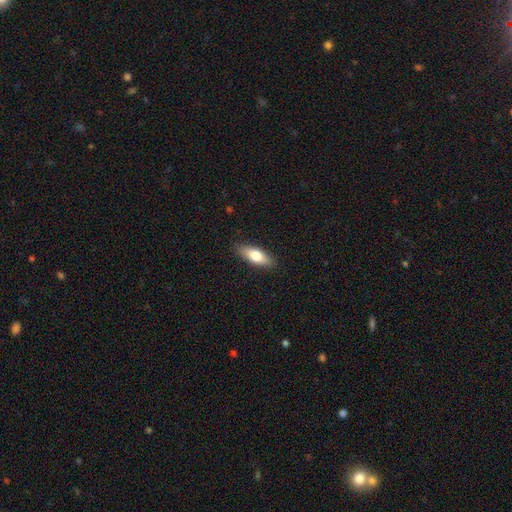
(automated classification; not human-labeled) This is likely a smooth galaxy (73%). How rounded: likely in between (67%). Merging: clearly none (88%).